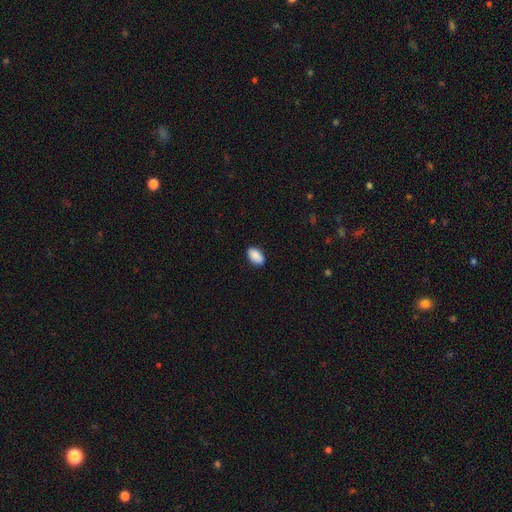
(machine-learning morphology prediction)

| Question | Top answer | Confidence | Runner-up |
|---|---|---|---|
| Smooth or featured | smooth | 90% | star or artifact (7%) |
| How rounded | in between | 94% | round (5%) |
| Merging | none | 88% | minor disturbance (10%) |